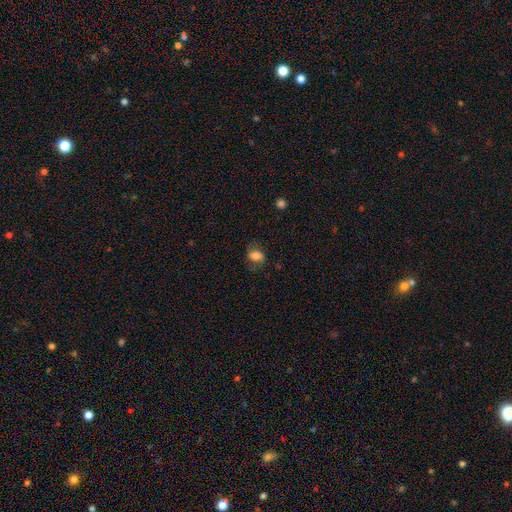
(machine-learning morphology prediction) Smooth or featured? Predicted: smooth (p=0.75). How rounded? Predicted: in between (p=0.68). Merging? Predicted: none (p=0.64).